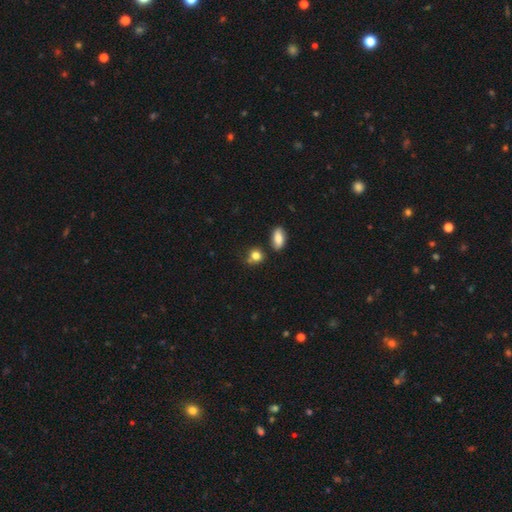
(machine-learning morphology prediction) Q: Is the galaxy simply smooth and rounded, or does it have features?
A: smooth — 82%.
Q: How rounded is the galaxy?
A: round — 67%.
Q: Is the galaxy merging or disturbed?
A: none — 65%.